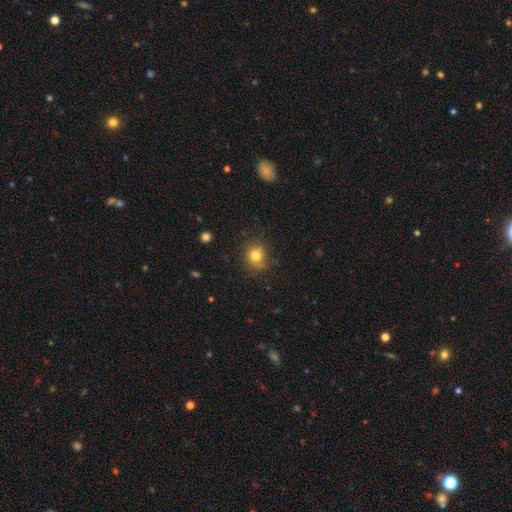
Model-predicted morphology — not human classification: Smooth or featured? smooth (81%)
How rounded? round (79%)
Merging? none (77%)